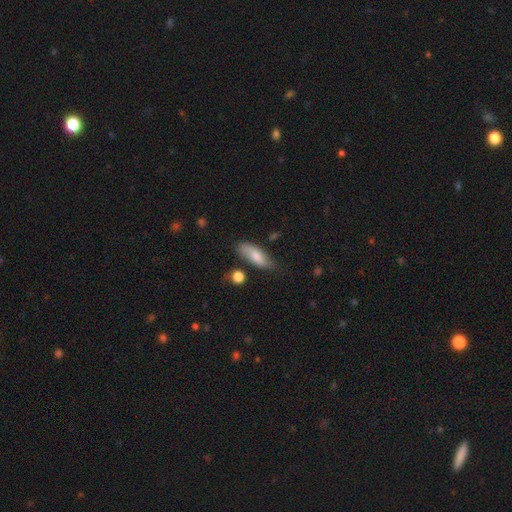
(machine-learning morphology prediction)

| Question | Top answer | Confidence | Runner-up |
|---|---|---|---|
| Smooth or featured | smooth | 75% | featured or disk (19%) |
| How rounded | in between | 74% | cigar-shaped (24%) |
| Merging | none | 67% | minor disturbance (23%) |